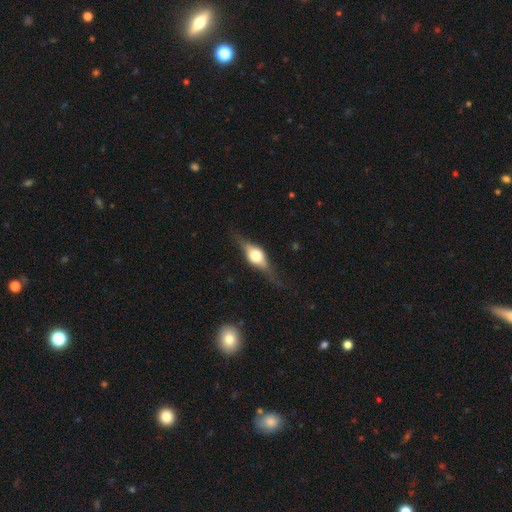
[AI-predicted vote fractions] Smooth or featured?
  - featured or disk: 69% *
  - smooth: 24%
  - star or artifact: 7%
Edge-on disk?
  - yes: 95% *
  - no: 5%
Edge-on bulge?
  - rounded: 91% *
  - boxy: 8%
  - none: 1%
Merging?
  - none: 76% *
  - minor disturbance: 16%
  - major disturbance: 6%
  - merger: 1%